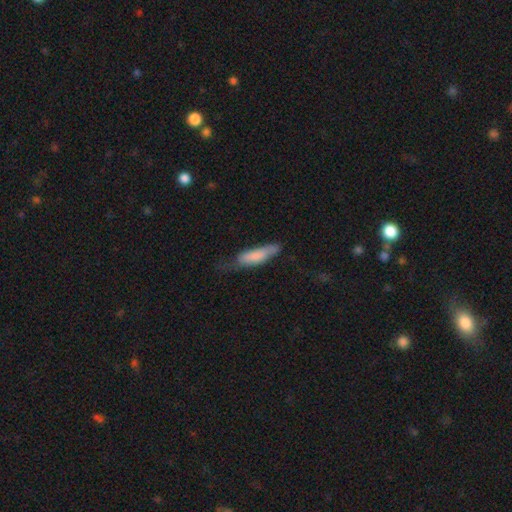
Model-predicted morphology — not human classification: smooth_or_featured: smooth (p=0.75) [alt: featured or disk p=0.19]
how_rounded: cigar-shaped (p=0.62) [alt: in between p=0.36]
merging: none (p=0.41) [alt: minor disturbance p=0.36]